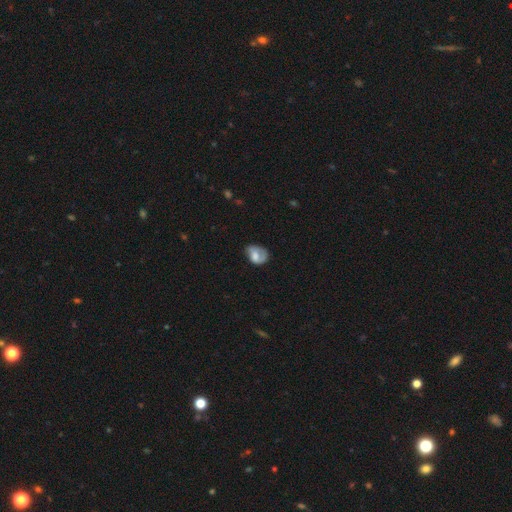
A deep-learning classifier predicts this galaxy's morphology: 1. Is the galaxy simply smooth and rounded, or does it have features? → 58% smooth, 35% featured or disk, 8% star or artifact.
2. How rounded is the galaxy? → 63% in between, 36% round, 1% cigar-shaped.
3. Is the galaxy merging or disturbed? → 44% none, 34% minor disturbance, 20% major disturbance, 2% merger.